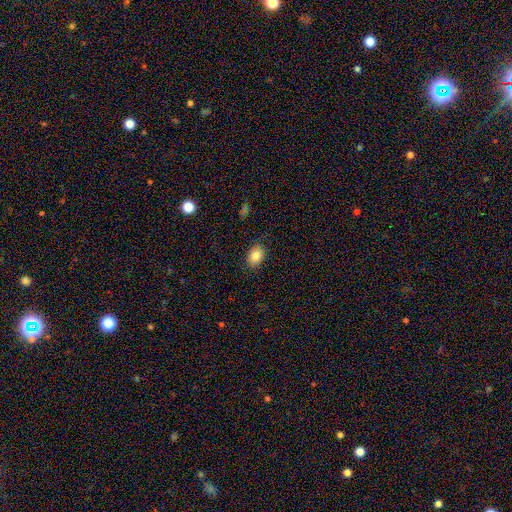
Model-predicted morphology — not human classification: Q: Smooth or featured?
A: smooth (84%); runner-up: star or artifact (9%)
Q: How rounded?
A: in between (76%); runner-up: round (23%)
Q: Merging?
A: none (85%); runner-up: minor disturbance (11%)